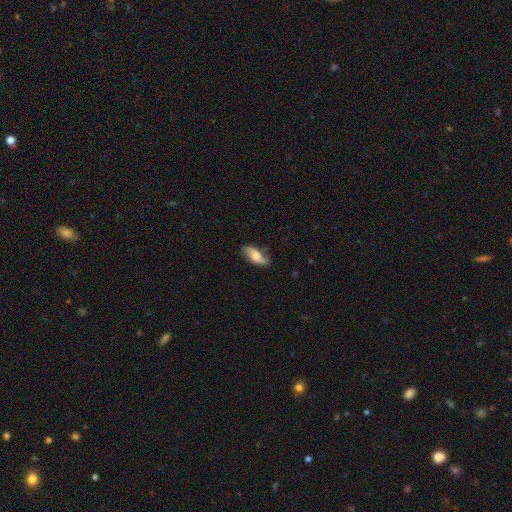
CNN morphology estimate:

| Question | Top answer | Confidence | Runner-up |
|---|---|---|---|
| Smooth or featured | smooth | 51% | featured or disk (42%) |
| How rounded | in between | 80% | cigar-shaped (17%) |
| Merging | none | 77% | minor disturbance (18%) |